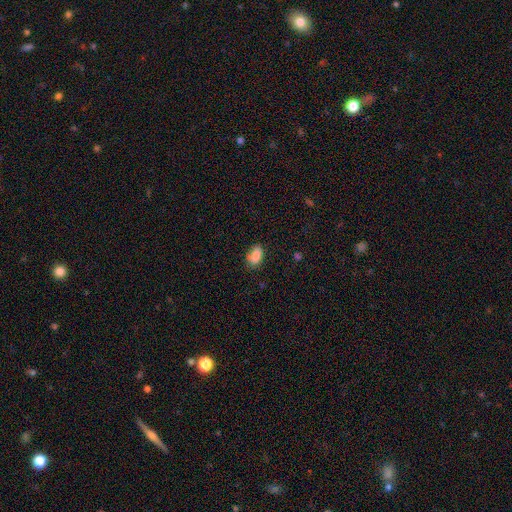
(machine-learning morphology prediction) smooth-or-featured: smooth: 84% | star or artifact: 8% | featured or disk: 8%
  how-rounded: in between: 89% | round: 9% | cigar-shaped: 2%
  merging: none: 67% | minor disturbance: 25% | major disturbance: 6% | merger: 2%